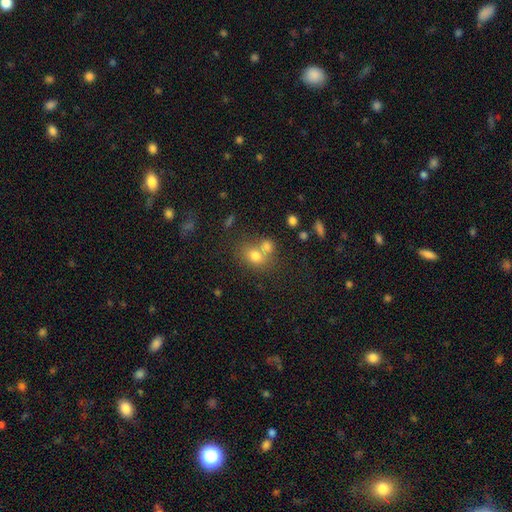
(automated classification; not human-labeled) Q: Smooth or featured?
A: smooth (73%); runner-up: featured or disk (14%)
Q: How rounded?
A: round (54%); runner-up: in between (45%)
Q: Merging?
A: merger (46%); runner-up: none (40%)